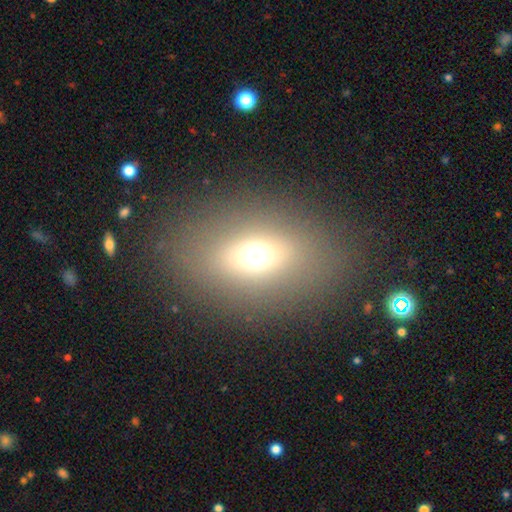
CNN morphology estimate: type=smooth (63%); roundness=in between (73%); merging=none (83%).